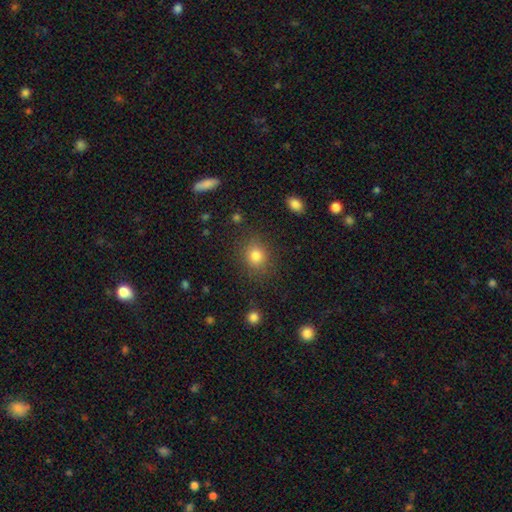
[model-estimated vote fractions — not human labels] Smooth or featured? Predicted: smooth (p=0.81). How rounded? Predicted: round (p=0.74). Merging? Predicted: none (p=0.85).